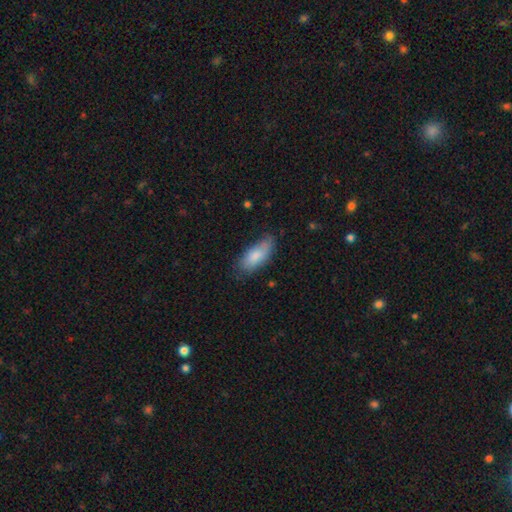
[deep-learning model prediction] Overall: smooth (80%). How rounded: in between (84%). Merging: none (64%; minor disturbance 28%).